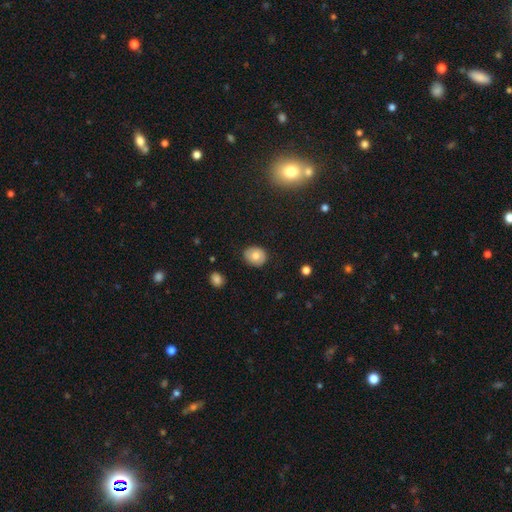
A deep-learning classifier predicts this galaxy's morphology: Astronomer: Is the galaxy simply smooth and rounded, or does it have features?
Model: smooth — 76%.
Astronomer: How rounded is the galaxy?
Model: round — 66%.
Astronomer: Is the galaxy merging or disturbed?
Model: none — 84%.